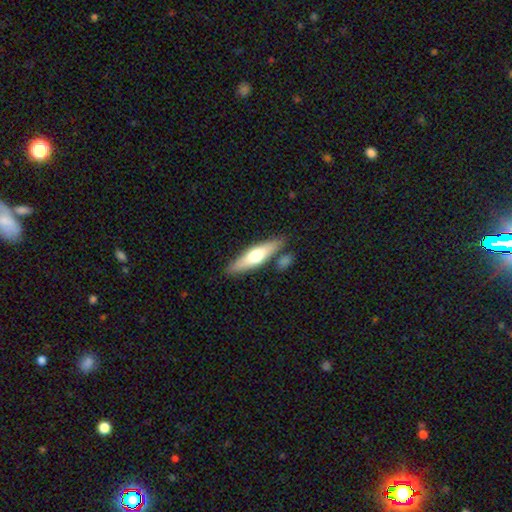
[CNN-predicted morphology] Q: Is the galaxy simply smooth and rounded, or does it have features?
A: smooth — 54%.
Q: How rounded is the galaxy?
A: cigar-shaped — 69%.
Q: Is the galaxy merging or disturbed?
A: none — 80%.